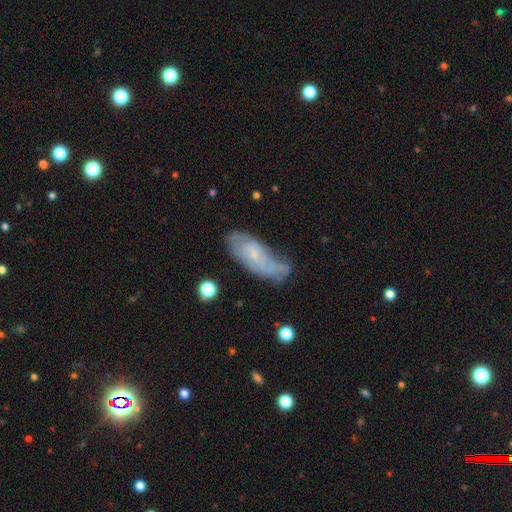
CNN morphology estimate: A featured or disk galaxy (53%). Merging: none (48%).